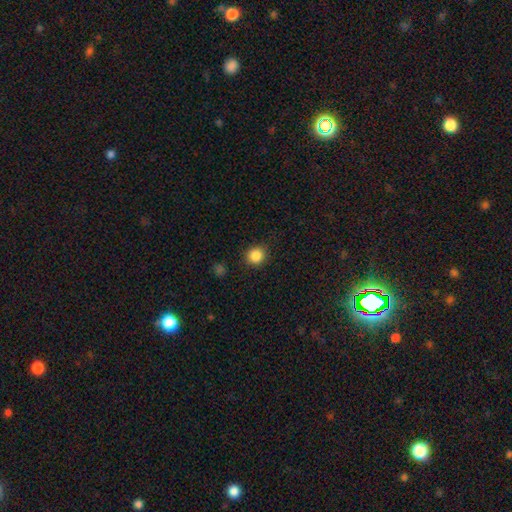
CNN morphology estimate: The model was most divided on "smooth or featured": smooth: 86%, star or artifact: 10%, featured or disk: 3%. More confident: how rounded — round (89%); merging — none (88%).